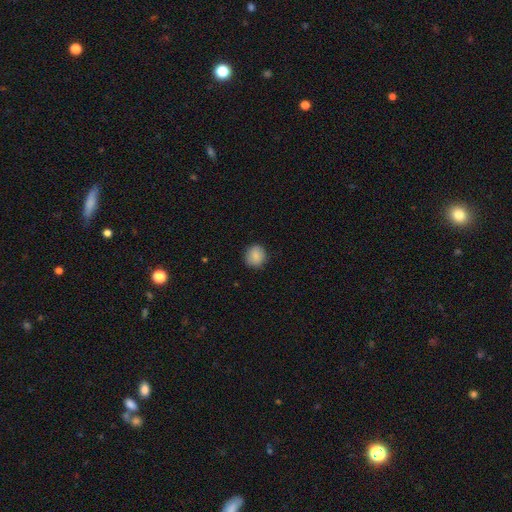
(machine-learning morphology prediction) The model was most divided on "how rounded": round: 89%, in between: 10%, cigar-shaped: 1%. More confident: merging — none (89%); smooth or featured — smooth (87%).